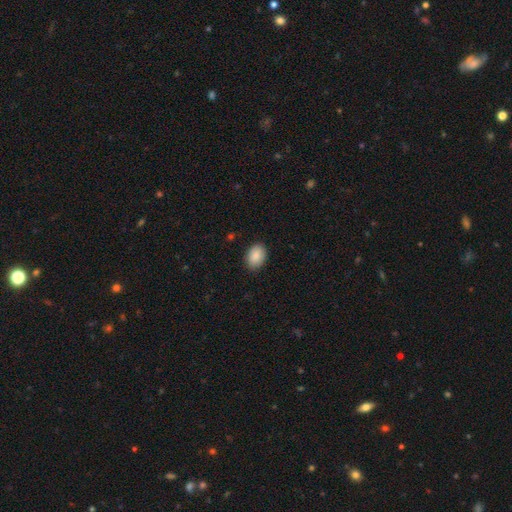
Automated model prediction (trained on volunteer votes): The model was most divided on "how rounded": in between: 79%, round: 20%, cigar-shaped: 1%. More confident: smooth or featured — smooth (88%); merging — none (87%).